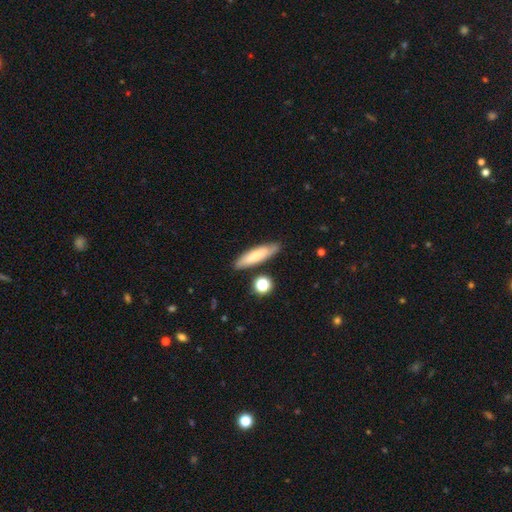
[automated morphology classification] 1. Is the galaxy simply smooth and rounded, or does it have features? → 67% smooth, 26% featured or disk, 7% star or artifact.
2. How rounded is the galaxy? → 73% cigar-shaped, 26% in between, 2% round.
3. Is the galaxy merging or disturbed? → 80% none, 13% minor disturbance, 4% merger, 3% major disturbance.